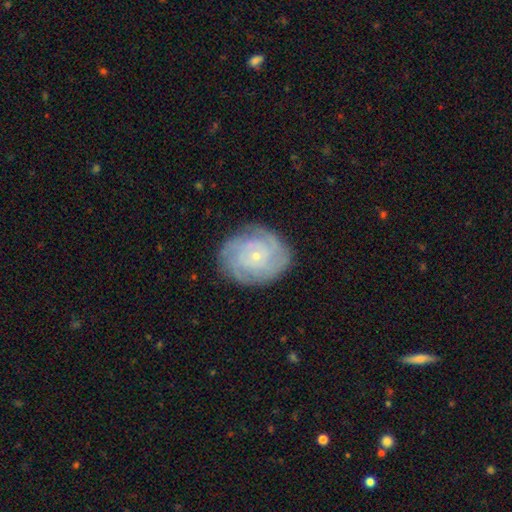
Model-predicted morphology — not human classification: Q: Smooth or featured?
A: featured or disk (81%); runner-up: smooth (13%)
Q: Edge-on disk?
A: no (97%); runner-up: yes (3%)
Q: Bar?
A: no (79%); runner-up: weak (18%)
Q: Spiral arms?
A: yes (95%); runner-up: no (5%)
Q: Spiral winding?
A: tight (76%); runner-up: medium (20%)
Q: Spiral arm count?
A: can't tell (32%); runner-up: 3 (22%)
Q: Bulge size?
A: small (83%); runner-up: moderate (13%)
Q: Merging?
A: none (81%); runner-up: minor disturbance (14%)